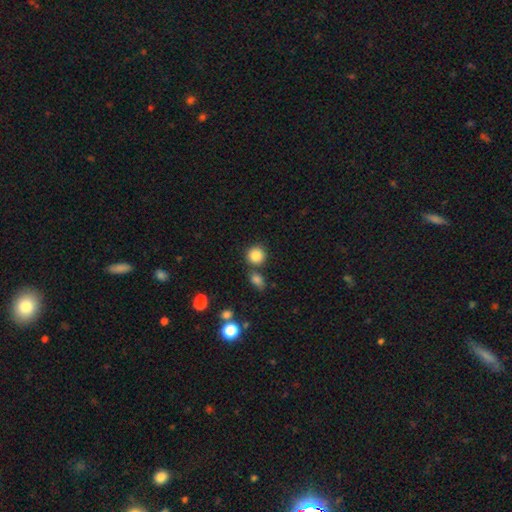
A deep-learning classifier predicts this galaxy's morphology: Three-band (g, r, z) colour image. It shows a smooth galaxy with no disk features (85%) that is round (89%). Merging: none (74%).